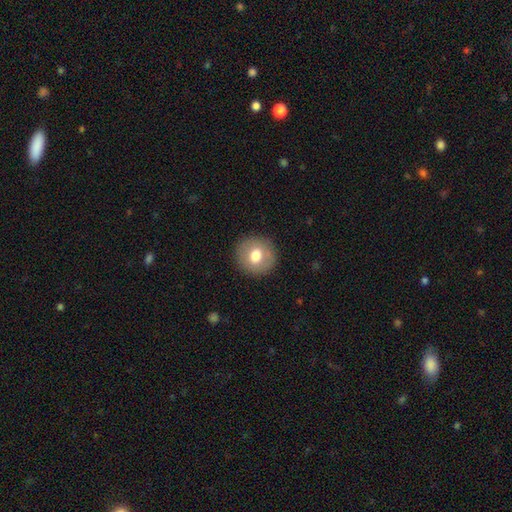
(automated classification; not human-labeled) The model was most divided on "smooth or featured": smooth: 72%, featured or disk: 20%, star or artifact: 8%. More confident: how rounded — round (90%); merging — none (90%).